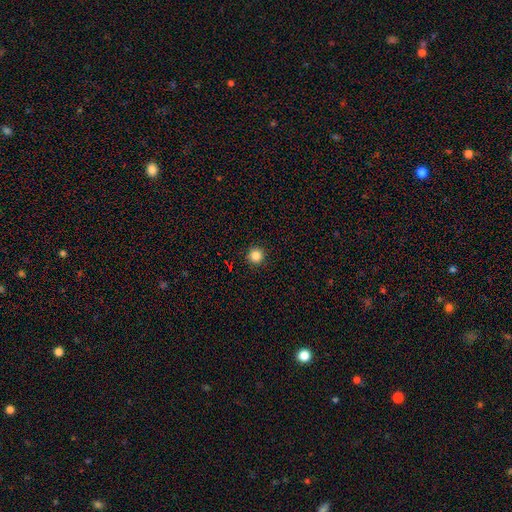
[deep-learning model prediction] Q: Smooth or featured?
A: smooth (85%); runner-up: star or artifact (11%)
Q: How rounded?
A: round (96%); runner-up: in between (3%)
Q: Merging?
A: none (93%); runner-up: minor disturbance (4%)